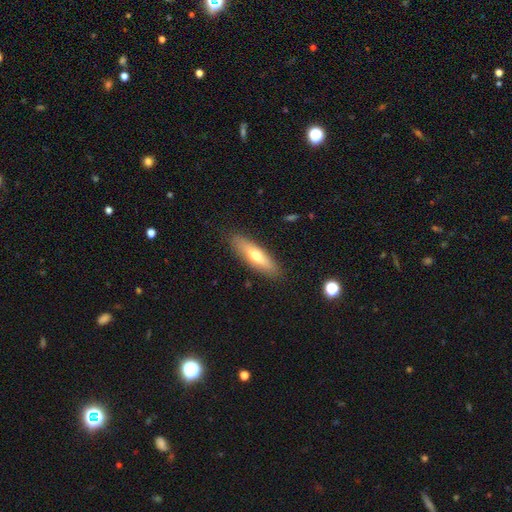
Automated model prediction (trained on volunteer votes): smooth_or_featured: smooth (p=0.60) [alt: featured or disk p=0.34]
how_rounded: cigar-shaped (p=0.64) [alt: in between p=0.34]
merging: none (p=0.87) [alt: minor disturbance p=0.09]